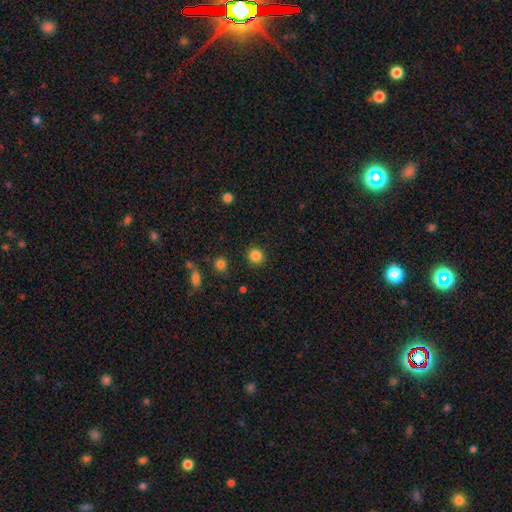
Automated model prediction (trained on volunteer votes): The model was most divided on "smooth or featured": smooth: 85%, star or artifact: 11%, featured or disk: 4%. More confident: how rounded — round (90%); merging — none (90%).